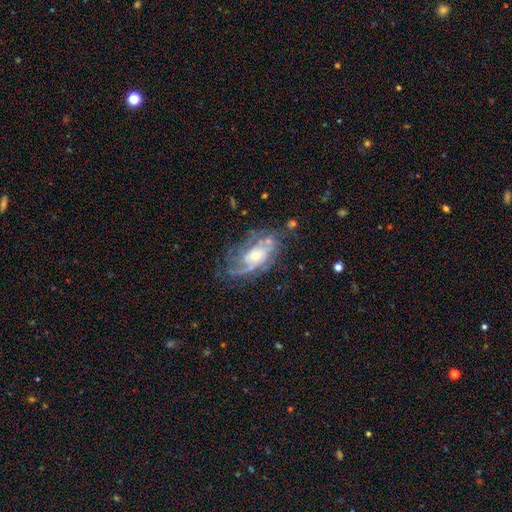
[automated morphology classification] smooth-or-featured: featured or disk: 83% | smooth: 10% | star or artifact: 7%
  disk-edge-on: no: 95% | yes: 5%
    bar: no: 65% | weak: 28% | strong: 7%
    has-spiral-arms: yes: 91% | no: 9%
      spiral-winding: tight: 46% | medium: 39% | loose: 16%
      spiral-arm-count: can't tell: 37% | 2: 25% | 3: 17% | 4: 8% | 1: 7% | more than 4: 5%
    bulge-size: moderate: 48% | small: 40% | large: 7% | none: 3% | dominant: 1%
  merging: none: 62% | minor disturbance: 20% | major disturbance: 14% | merger: 3%